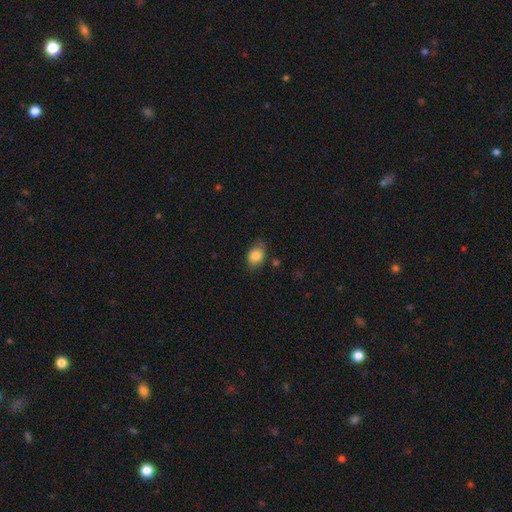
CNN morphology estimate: Smooth or featured: smooth — 85% (star or artifact — 8%)
How rounded: in between — 73% (round — 25%)
Merging: none — 69% (minor disturbance — 24%)